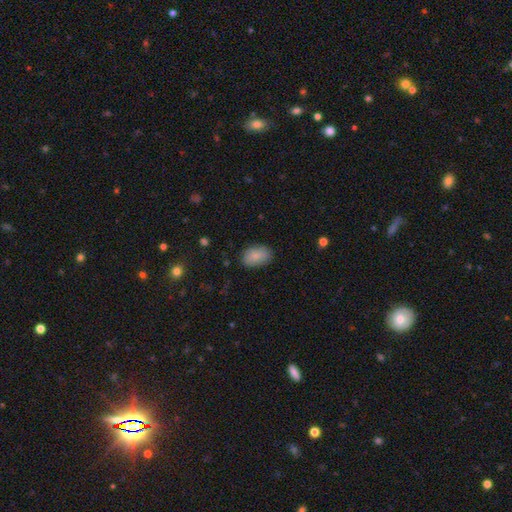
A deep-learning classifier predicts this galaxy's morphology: Q: Smooth or featured?
A: smooth (84%); runner-up: featured or disk (9%)
Q: How rounded?
A: in between (89%); runner-up: round (10%)
Q: Merging?
A: none (82%); runner-up: minor disturbance (14%)